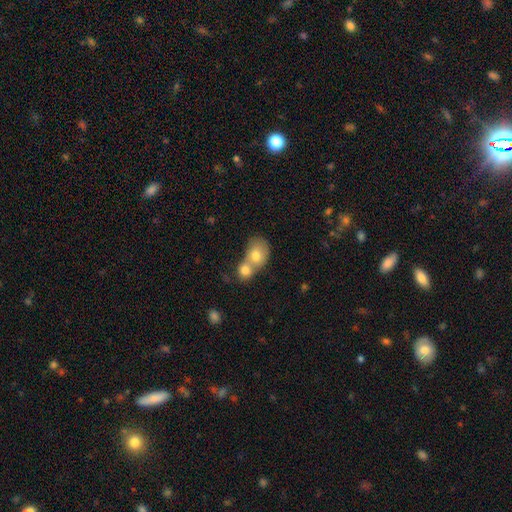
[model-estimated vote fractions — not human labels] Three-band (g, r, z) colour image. It shows a smooth galaxy with no disk features (72%) that is round (50%). Merging: merger (73%).